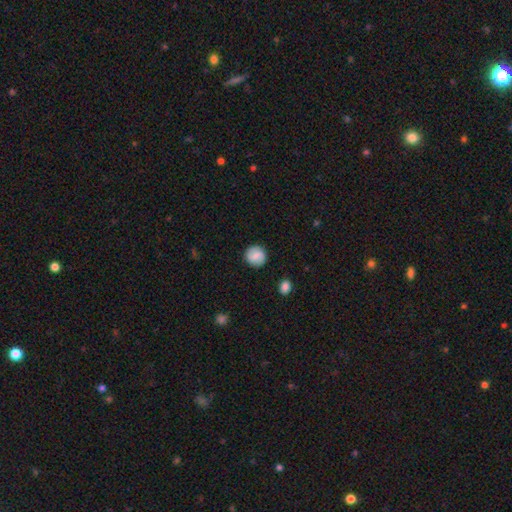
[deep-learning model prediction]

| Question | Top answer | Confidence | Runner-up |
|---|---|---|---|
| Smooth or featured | smooth | 69% | featured or disk (24%) |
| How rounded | round | 90% | in between (9%) |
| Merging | none | 87% | minor disturbance (9%) |